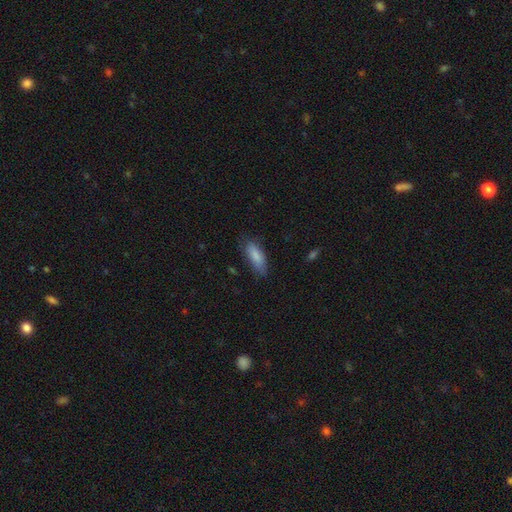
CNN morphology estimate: Overall: smooth (85%). How rounded: in between (69%; cigar-shaped 30%). Merging: none (69%).